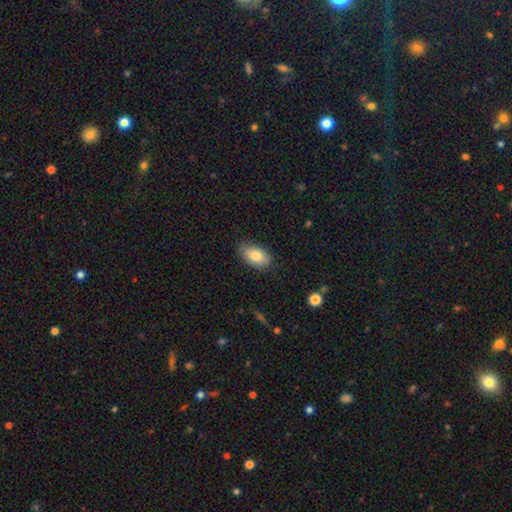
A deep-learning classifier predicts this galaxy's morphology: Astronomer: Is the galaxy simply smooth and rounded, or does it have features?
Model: smooth — 82%.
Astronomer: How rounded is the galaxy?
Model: in between — 93%.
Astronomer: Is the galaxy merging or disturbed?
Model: none — 81%.